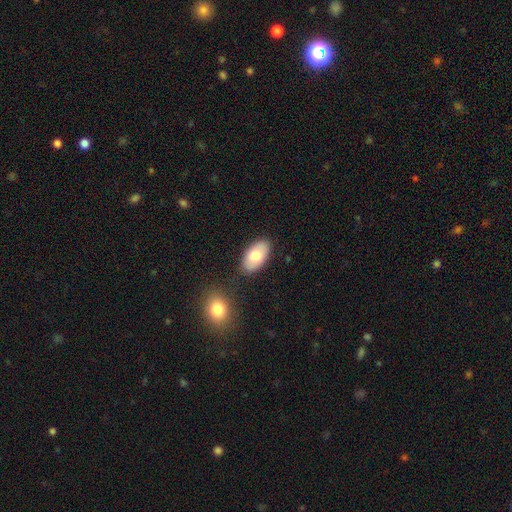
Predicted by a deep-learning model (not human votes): A smooth galaxy with no disk features (74%) that is in between round and cigar-shaped (94%).

Vote fractions:
- Smooth or featured? smooth: 74% / featured or disk: 19% / star or artifact: 6%
- How rounded? in between: 94% / round: 4% / cigar-shaped: 2%
- Merging? none: 82% / minor disturbance: 11% / merger: 5% / major disturbance: 2%